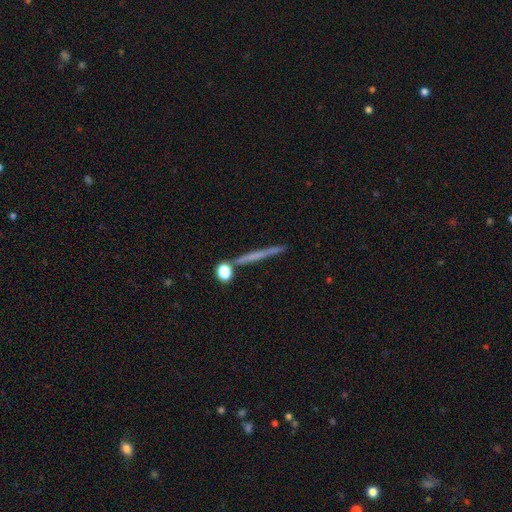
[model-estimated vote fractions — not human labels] Smooth or featured?
  - featured or disk: 46% *
  - smooth: 44%
  - star or artifact: 10%
Merging?
  - none: 82% *
  - minor disturbance: 8%
  - merger: 7%
  - major disturbance: 3%